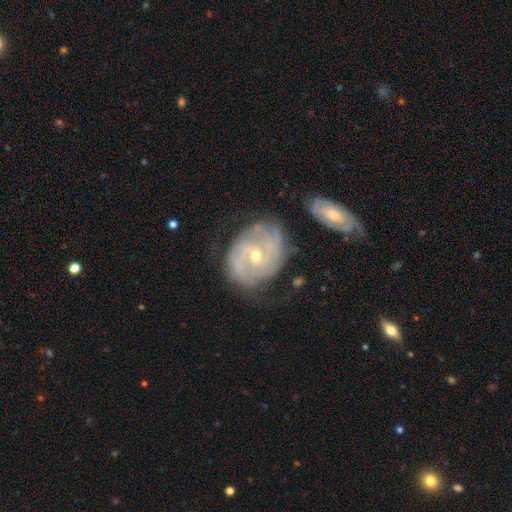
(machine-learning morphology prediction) Overall: featured or disk (84%). Edge-on disk: no (97%). Bar: no (55%; weak 37%). Spiral arms: yes (94%). Spiral arm count: 2 (37%; can't tell 27%). Spiral winding: tight (61%; medium 31%). Bulge size: small (55%; moderate 43%). Merging: none (68%).